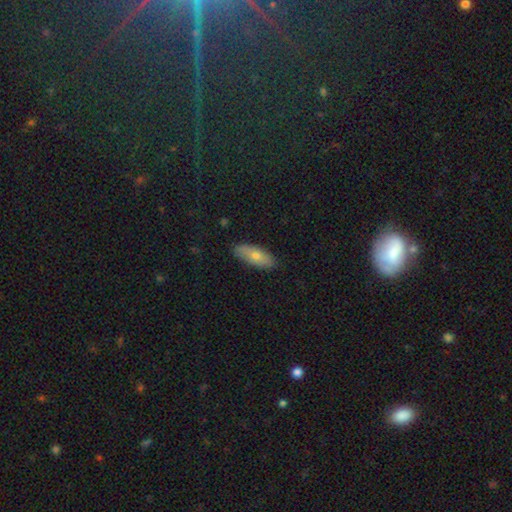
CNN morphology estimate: type=smooth (69%); roundness=in between (74%); merging=none (86%).